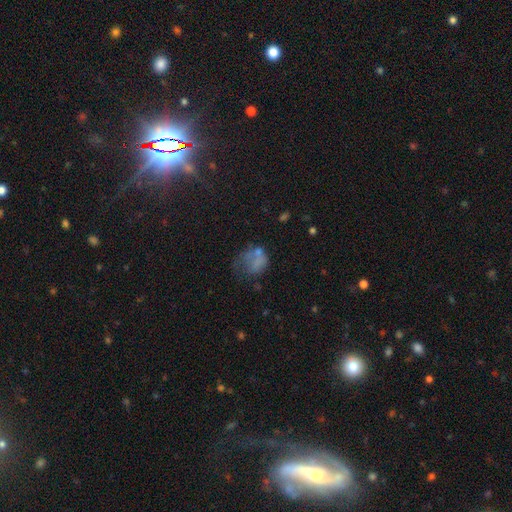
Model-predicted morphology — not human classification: A smooth galaxy with no disk features (58%) that is round (55%). Merging: major disturbance (37%).